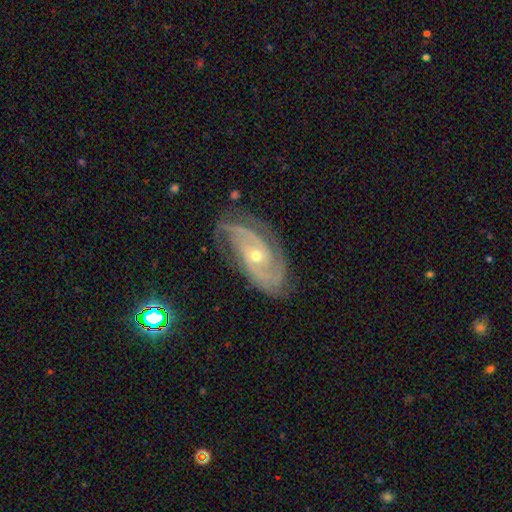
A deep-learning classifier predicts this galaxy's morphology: featured or disk 89%, smooth 5%, star or artifact 5%. Down the decision tree: edge-on disk — no (95%); bar — no (67%); spiral arms — yes (97%); spiral arm count — 2 (54%); spiral winding — tight (50%); bulge size — small (53%); merging — none (70%).